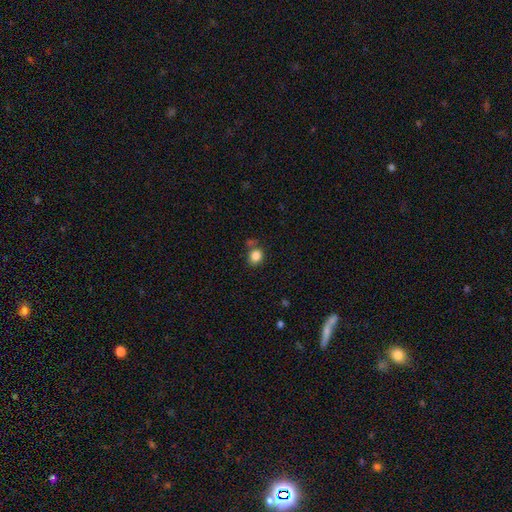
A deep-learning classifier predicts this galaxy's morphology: A smooth galaxy with no disk features (85%) that is round (64%). Merging: none (69%).